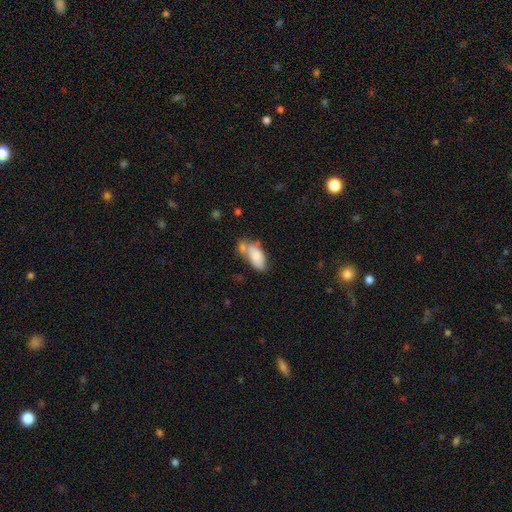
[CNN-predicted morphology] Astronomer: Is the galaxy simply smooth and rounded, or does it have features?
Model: smooth — 79%.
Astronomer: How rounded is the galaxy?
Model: in between — 90%.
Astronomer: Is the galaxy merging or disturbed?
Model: none — 37% (runner-up: merger, 35%).